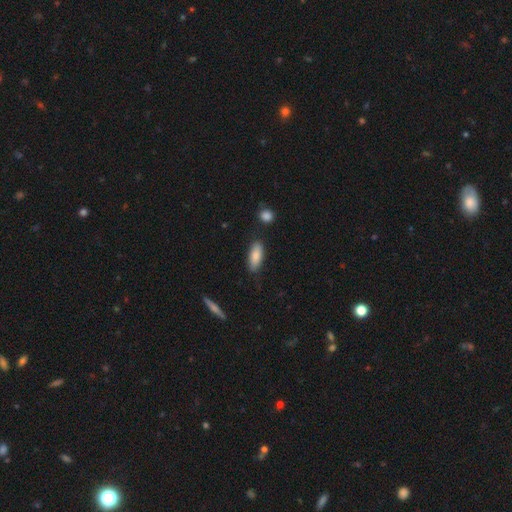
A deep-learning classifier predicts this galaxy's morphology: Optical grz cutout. It shows a smooth galaxy with no disk features (83%) that is in between round and cigar-shaped (77%). Merging: none (80%).